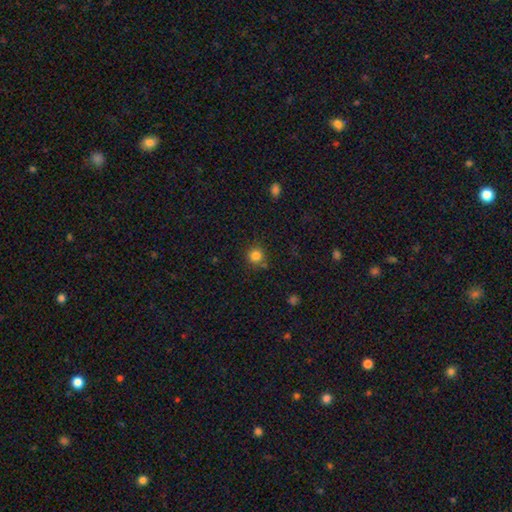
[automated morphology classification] This is clearly a smooth galaxy (83%). How rounded: clearly round (93%). Merging: clearly none (81%).